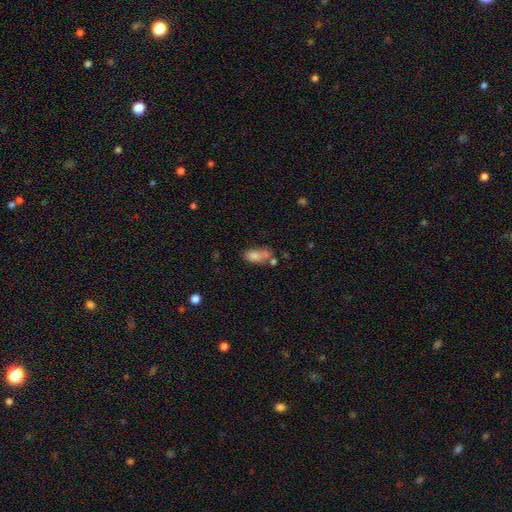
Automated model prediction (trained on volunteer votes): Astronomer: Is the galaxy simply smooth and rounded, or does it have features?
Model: smooth — 74%.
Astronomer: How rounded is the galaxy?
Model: in between — 82%.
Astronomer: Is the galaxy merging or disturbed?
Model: merger — 40% (runner-up: none, 30%).